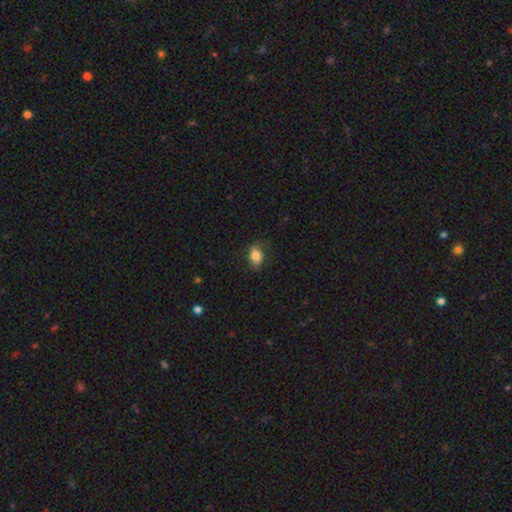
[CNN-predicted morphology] Smooth or featured? Predicted: smooth (p=0.79). How rounded? Predicted: in between (p=0.80). Merging? Predicted: none (p=0.71).